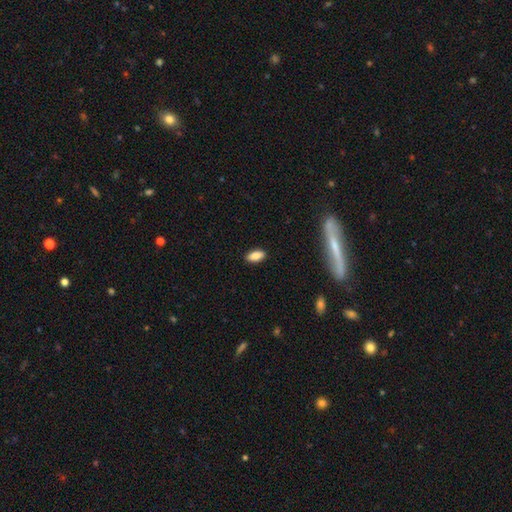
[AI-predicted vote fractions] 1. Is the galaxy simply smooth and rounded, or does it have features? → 84% smooth, 8% star or artifact, 8% featured or disk.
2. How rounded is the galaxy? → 88% in between, 9% cigar-shaped, 3% round.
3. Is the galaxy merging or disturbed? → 89% none, 8% minor disturbance, 2% major disturbance, 1% merger.